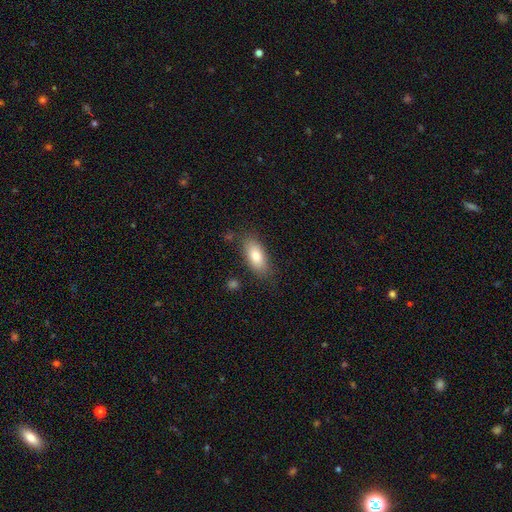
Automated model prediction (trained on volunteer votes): Smooth or featured? smooth (81%)
How rounded? in between (87%)
Merging? none (79%)